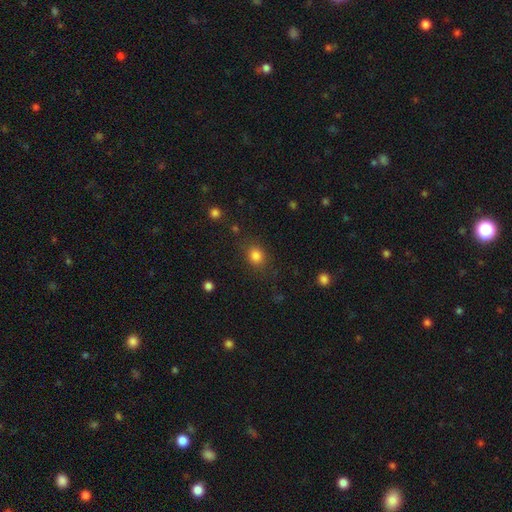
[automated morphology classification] This appears to be a smooth galaxy with no disk features (83%) that is round (64%). Merging: none (78%).